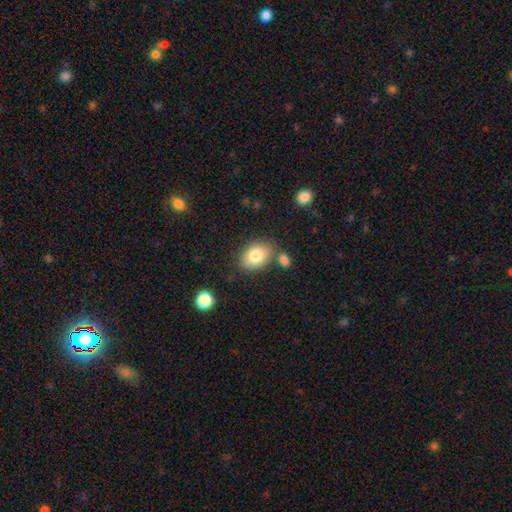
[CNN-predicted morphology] Smooth or featured? Predicted: smooth (p=0.82). How rounded? Predicted: in between (p=0.81). Merging? Predicted: none (p=0.72).